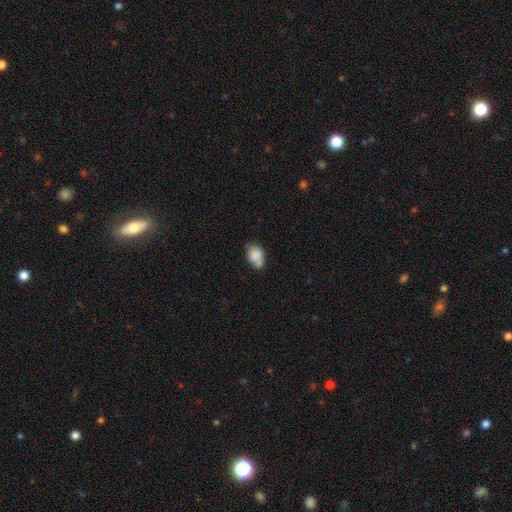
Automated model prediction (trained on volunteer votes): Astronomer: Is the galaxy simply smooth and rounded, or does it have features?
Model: smooth — 78%.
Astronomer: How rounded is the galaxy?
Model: in between — 75%.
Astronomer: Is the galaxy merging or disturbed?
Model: none — 40% (runner-up: merger, 27%).